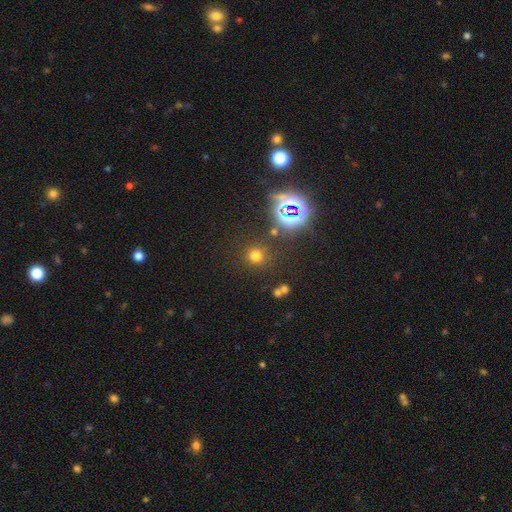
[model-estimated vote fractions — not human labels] smooth_or_featured: smooth (p=0.64) [alt: star or artifact p=0.29]
how_rounded: round (p=0.91) [alt: in between p=0.08]
merging: none (p=0.83) [alt: minor disturbance p=0.08]